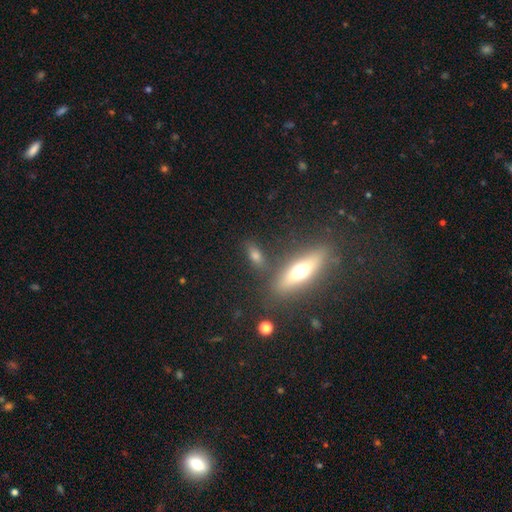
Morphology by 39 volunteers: type=smooth (49%, tied with featured or disk); roundness=cigar-shaped (47%); merging=none (87%).